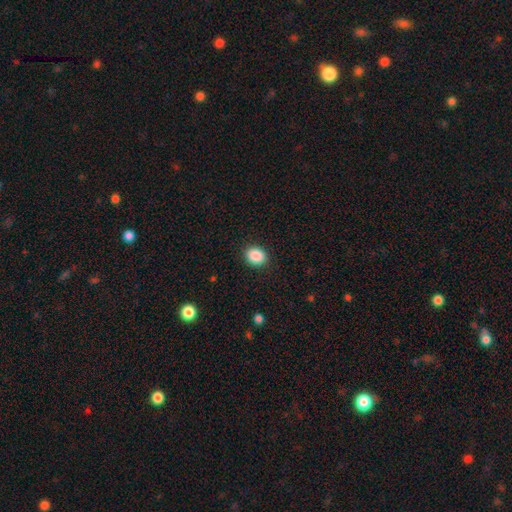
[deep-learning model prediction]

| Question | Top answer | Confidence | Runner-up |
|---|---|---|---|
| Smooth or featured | smooth | 89% | star or artifact (9%) |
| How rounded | round | 58% | in between (41%) |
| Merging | none | 89% | minor disturbance (7%) |